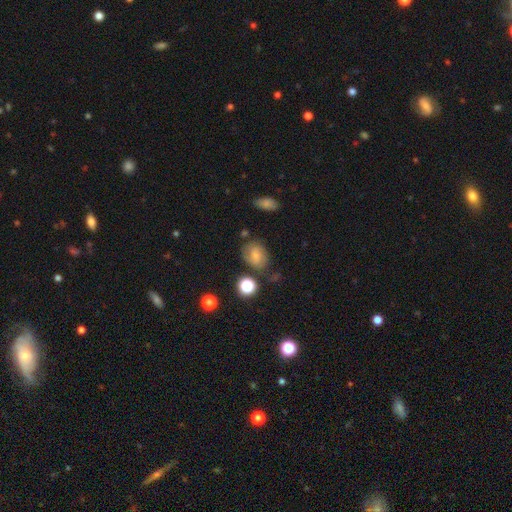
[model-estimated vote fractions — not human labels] Smooth or featured?
  - smooth: 63% *
  - featured or disk: 24%
  - star or artifact: 13%
How rounded?
  - in between: 56% *
  - round: 43%
  - cigar-shaped: 1%
Merging?
  - none: 65% *
  - minor disturbance: 22%
  - major disturbance: 8%
  - merger: 6%